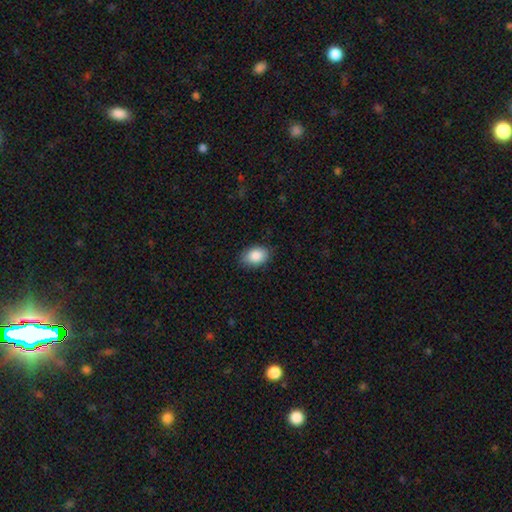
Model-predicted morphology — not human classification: This is clearly a smooth galaxy (88%). How rounded: clearly in between (83%). Merging: clearly none (84%).